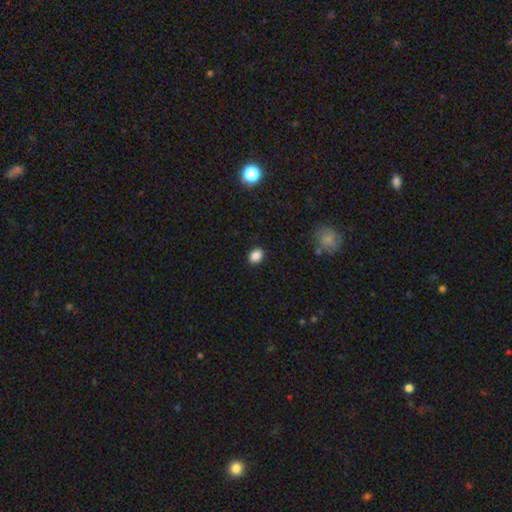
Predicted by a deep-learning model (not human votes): Smooth or featured: smooth — 87% (star or artifact — 10%)
How rounded: in between — 59% (round — 40%)
Merging: none — 88% (minor disturbance — 8%)